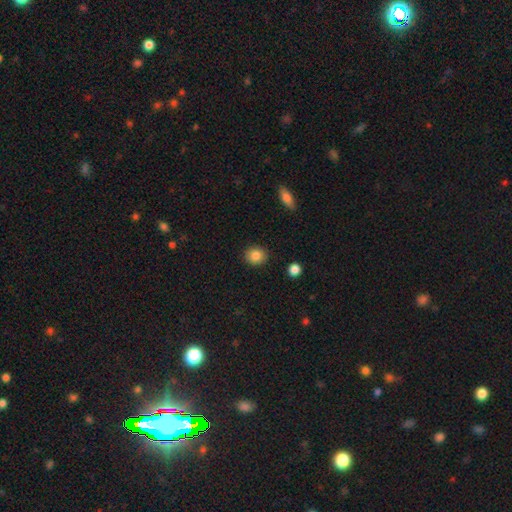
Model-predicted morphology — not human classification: This is clearly a smooth galaxy (85%). How rounded: likely round (77%). Merging: clearly none (90%).